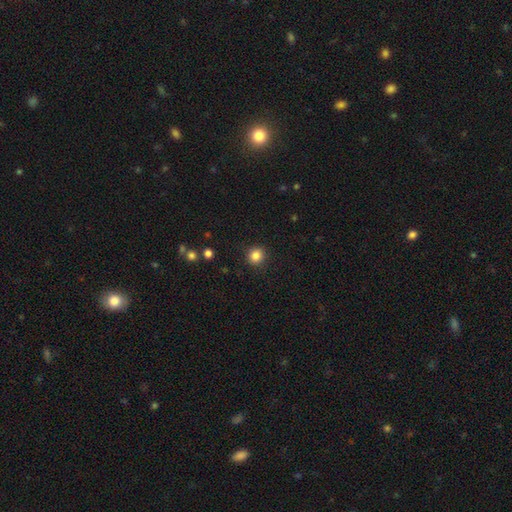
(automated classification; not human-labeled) Morphology: type=smooth (84%); roundness=round (91%); merging=none (91%).